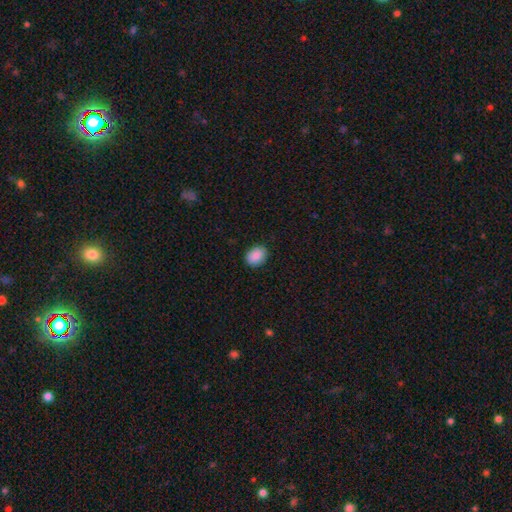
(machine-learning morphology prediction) A smooth galaxy with no disk features (89%) that is in between round and cigar-shaped (65%).

Vote fractions:
- Smooth or featured? smooth: 89% / star or artifact: 7% / featured or disk: 3%
- How rounded? in between: 65% / round: 34% / cigar-shaped: 1%
- Merging? none: 88% / minor disturbance: 9% / major disturbance: 2% / merger: 1%